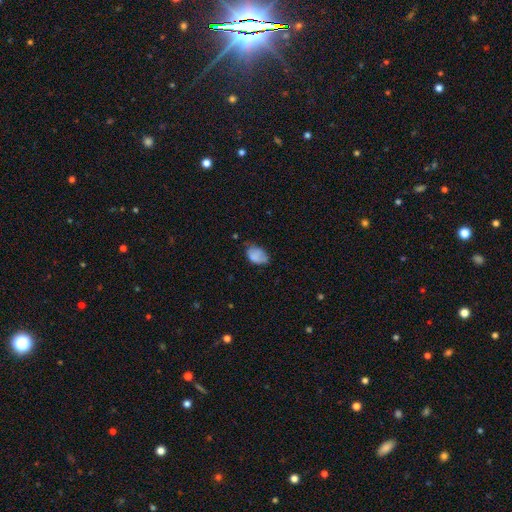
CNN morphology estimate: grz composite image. It shows a smooth galaxy with no disk features (74%) that is in between round and cigar-shaped (84%). Merging: none (45%).